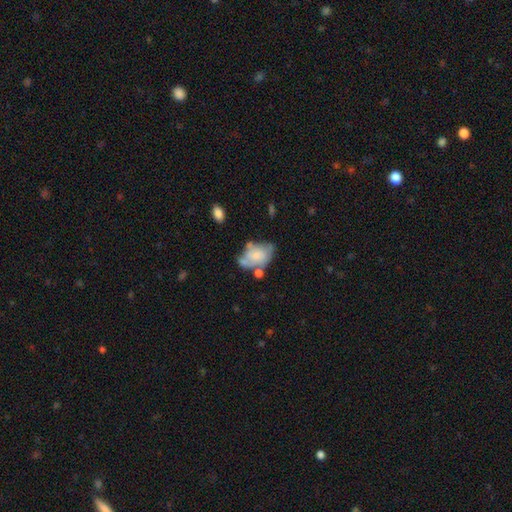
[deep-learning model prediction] A smooth galaxy with no disk features (54%) that is in between round and cigar-shaped (83%). Merging: none (34%).